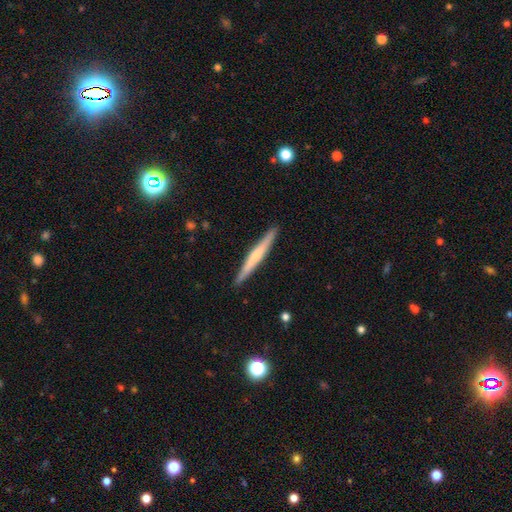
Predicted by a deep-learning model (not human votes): smooth_or_featured: featured or disk (p=0.52) [alt: smooth p=0.43]
disk_edge_on: yes (p=0.97) [alt: no p=0.03]
edge_on_bulge: rounded (p=0.54) [alt: none p=0.39]
merging: none (p=0.91) [alt: minor disturbance p=0.07]